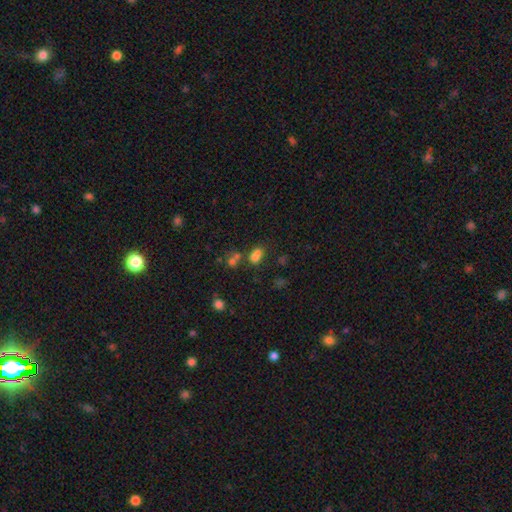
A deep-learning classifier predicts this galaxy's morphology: Smooth or featured?
  - smooth: 68% *
  - star or artifact: 22%
  - featured or disk: 10%
How rounded?
  - in between: 73% *
  - round: 24%
  - cigar-shaped: 3%
Merging?
  - none: 45% *
  - merger: 35%
  - minor disturbance: 13%
  - major disturbance: 7%